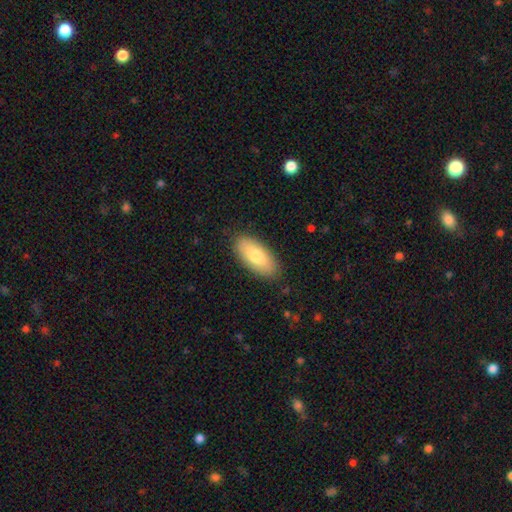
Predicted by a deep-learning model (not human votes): Morphology: type=smooth (78%); roundness=in between (89%); merging=none (87%).